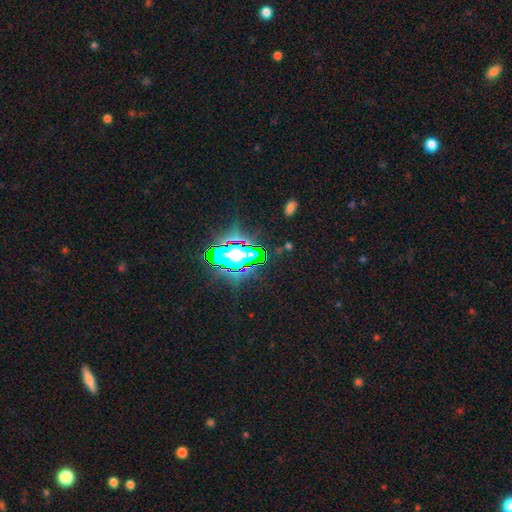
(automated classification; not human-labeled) Smooth or featured? star or artifact (70%)